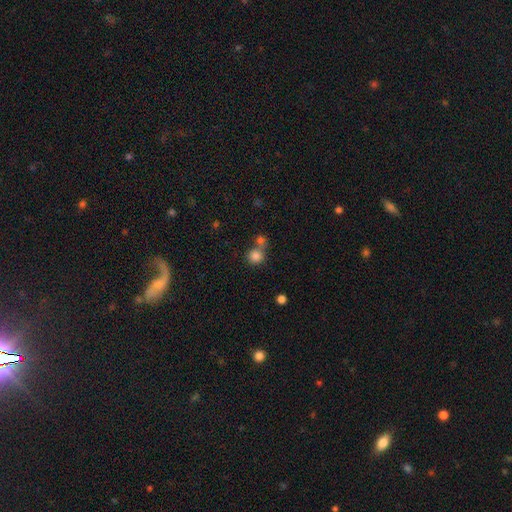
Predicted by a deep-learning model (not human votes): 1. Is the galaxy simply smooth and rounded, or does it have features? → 82% smooth, 11% star or artifact, 7% featured or disk.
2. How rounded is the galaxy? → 90% round, 9% in between, 1% cigar-shaped.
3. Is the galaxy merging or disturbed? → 51% none, 37% merger, 8% minor disturbance, 4% major disturbance.